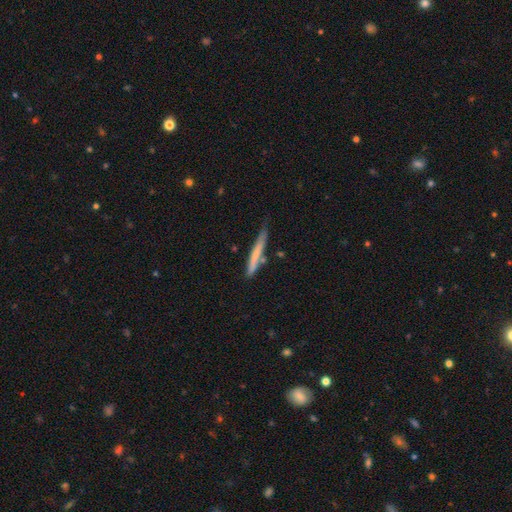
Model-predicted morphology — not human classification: This appears to be a smooth galaxy with no disk features (64%) that is cigar-shaped (95%). Merging: none (65%).